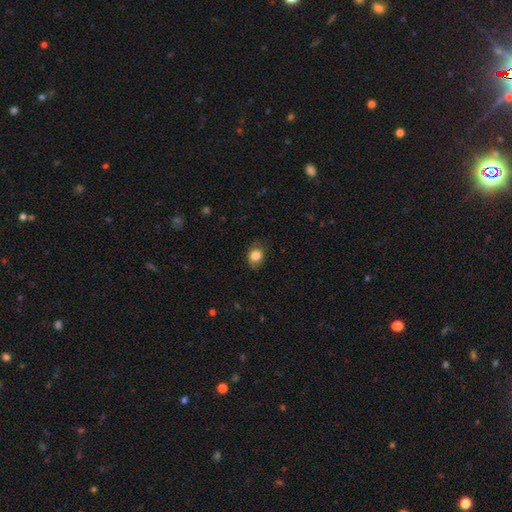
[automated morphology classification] The model was most divided on "how rounded": round: 54%, in between: 45%, cigar-shaped: 1%. More confident: smooth or featured — smooth (83%); merging — none (75%).